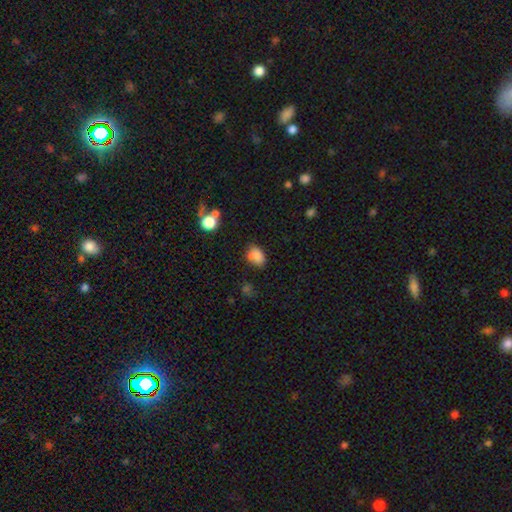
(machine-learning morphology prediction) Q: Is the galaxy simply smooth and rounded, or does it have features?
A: smooth — 84%.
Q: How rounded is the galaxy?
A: in between — 69%.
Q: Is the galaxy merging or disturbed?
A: none — 71%.